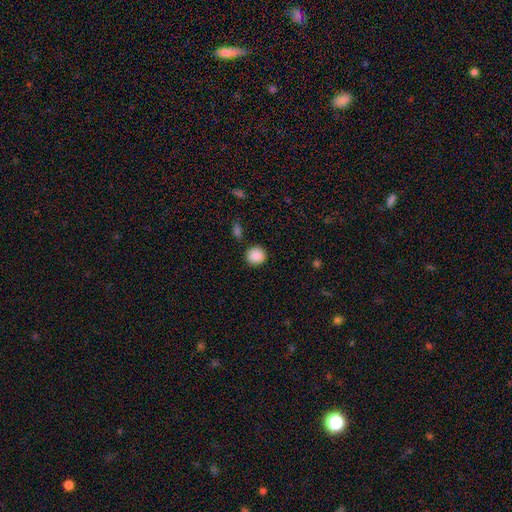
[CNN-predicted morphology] The model was most divided on "how rounded": round: 89%, in between: 10%, cigar-shaped: 1%. More confident: smooth or featured — smooth (89%); merging — none (88%).